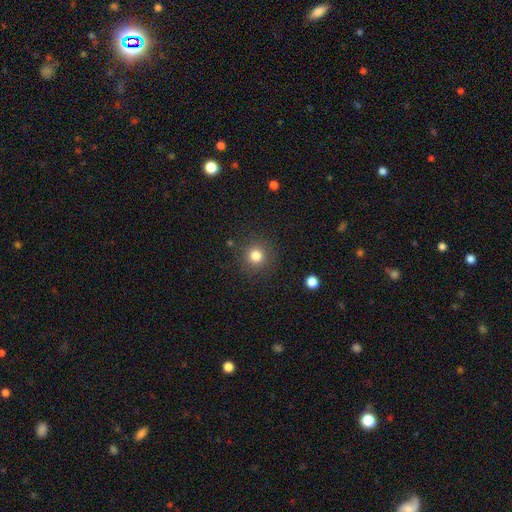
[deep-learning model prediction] A smooth galaxy with no disk features (81%) that is round (94%).

Vote fractions:
- Smooth or featured? smooth: 81% / star or artifact: 13% / featured or disk: 6%
- How rounded? round: 94% / in between: 5% / cigar-shaped: 1%
- Merging? none: 89% / minor disturbance: 7% / major disturbance: 3% / merger: 2%